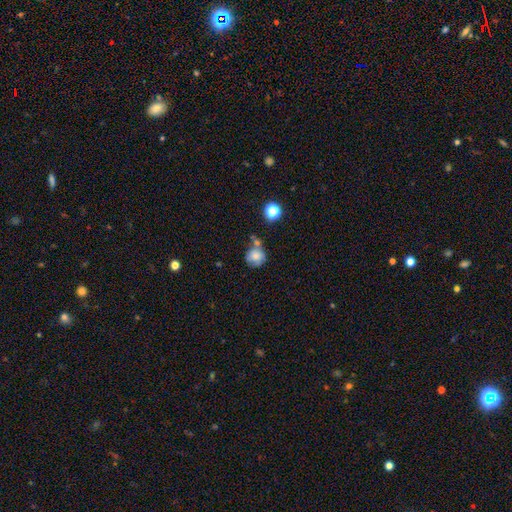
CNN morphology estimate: This is likely a smooth galaxy (74%). How rounded: clearly round (83%). Merging: possibly none (46%).